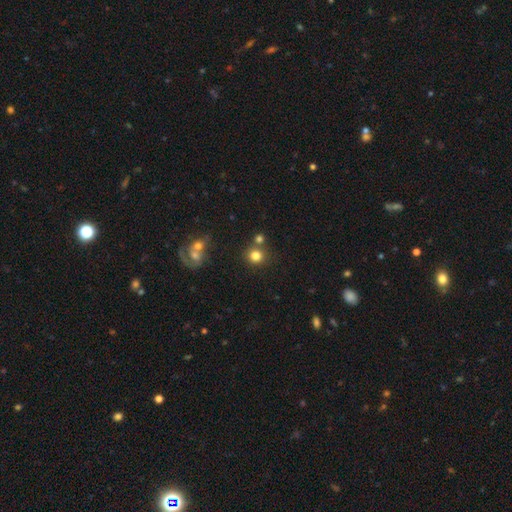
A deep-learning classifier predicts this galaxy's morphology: A smooth galaxy with no disk features (80%) that is round (90%). Merging: none (72%).